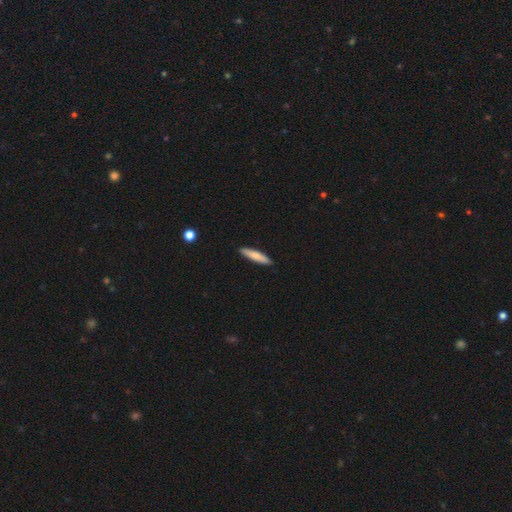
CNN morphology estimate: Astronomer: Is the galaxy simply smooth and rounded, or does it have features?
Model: smooth — 75%.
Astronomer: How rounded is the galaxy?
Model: cigar-shaped — 85%.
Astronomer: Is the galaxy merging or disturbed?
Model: none — 91%.